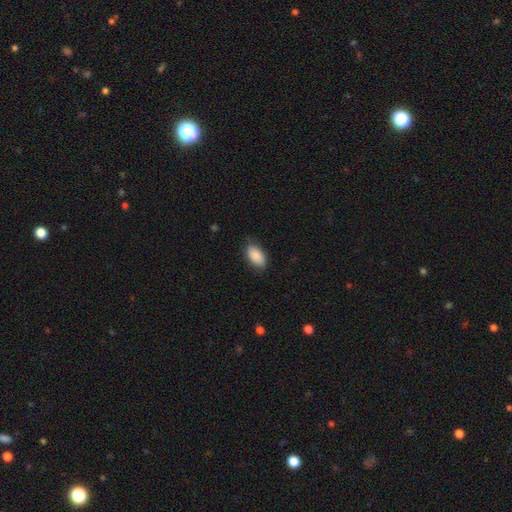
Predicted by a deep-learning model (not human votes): Smooth or featured? smooth (88%)
How rounded? in between (94%)
Merging? none (80%)